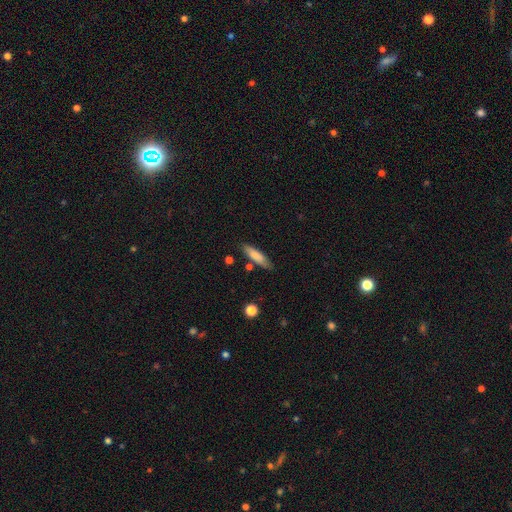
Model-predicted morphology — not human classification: Smooth or featured?
  - smooth: 78% *
  - featured or disk: 16%
  - star or artifact: 6%
How rounded?
  - cigar-shaped: 68% *
  - in between: 30%
  - round: 2%
Merging?
  - none: 79% *
  - minor disturbance: 14%
  - merger: 4%
  - major disturbance: 3%